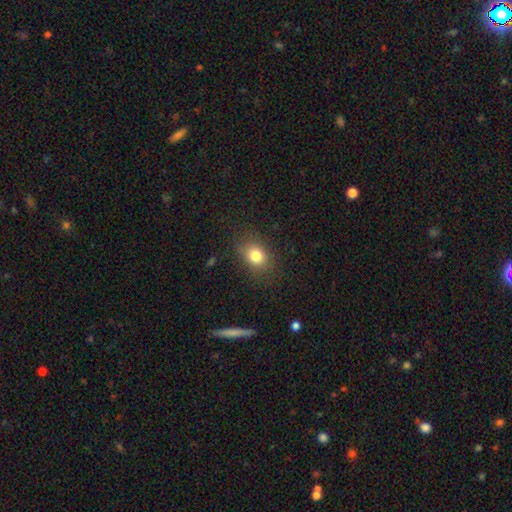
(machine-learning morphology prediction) The model was most divided on "how rounded": in between: 51%, round: 48%, cigar-shaped: 1%. More confident: merging — none (81%); smooth or featured — smooth (80%).